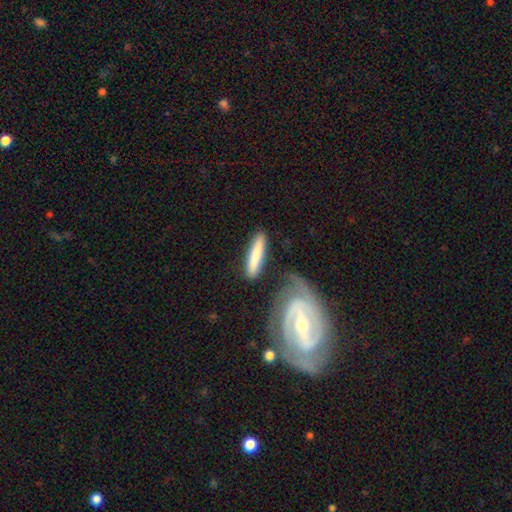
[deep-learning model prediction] Overall: smooth (76%). How rounded: cigar-shaped (88%). Merging: none (75%).